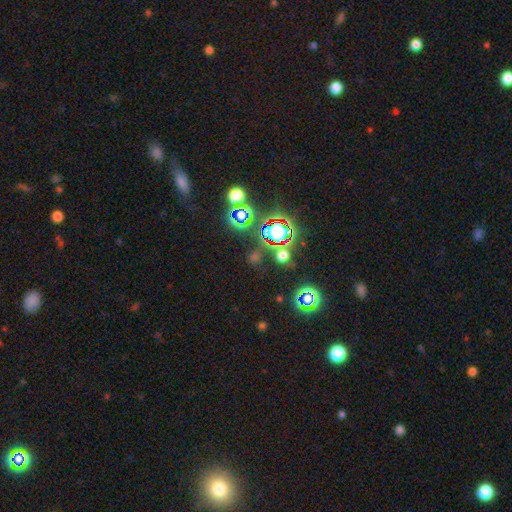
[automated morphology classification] This appears to be a star or artifact, not a galaxy (67%).